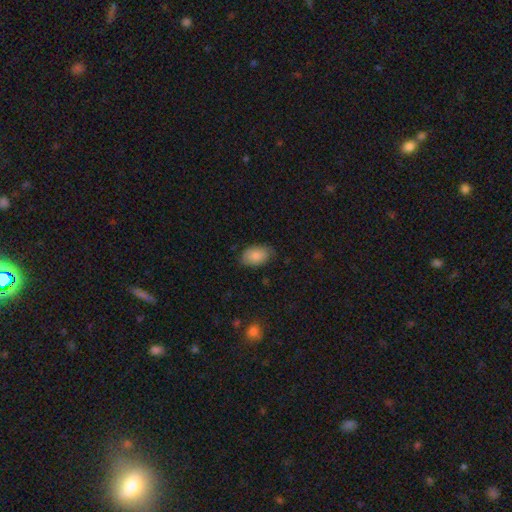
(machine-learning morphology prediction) Q: Smooth or featured?
A: smooth (84%); runner-up: featured or disk (10%)
Q: How rounded?
A: in between (92%); runner-up: round (7%)
Q: Merging?
A: none (76%); runner-up: minor disturbance (20%)